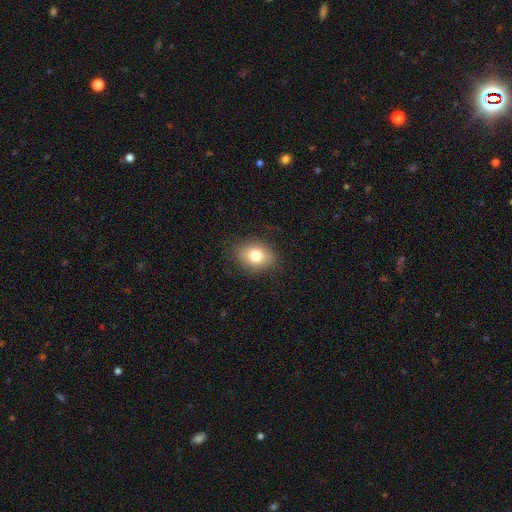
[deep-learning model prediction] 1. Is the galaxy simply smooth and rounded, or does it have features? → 79% smooth, 11% featured or disk, 10% star or artifact.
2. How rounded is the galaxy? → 63% in between, 36% round, 1% cigar-shaped.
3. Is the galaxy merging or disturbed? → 86% none, 10% minor disturbance, 3% major disturbance, 1% merger.